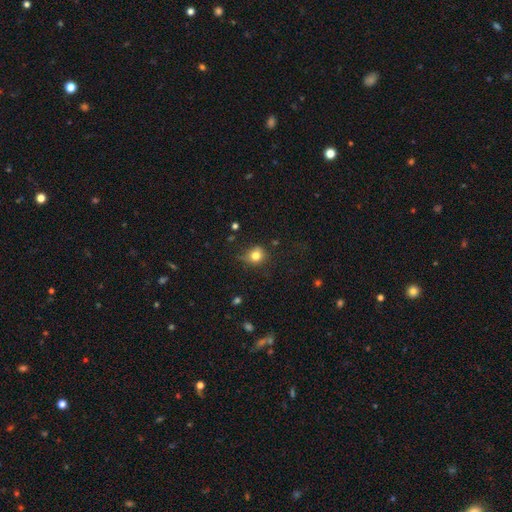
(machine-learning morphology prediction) Overall: smooth (78%). How rounded: round (79%). Merging: none (62%; minor disturbance 27%).